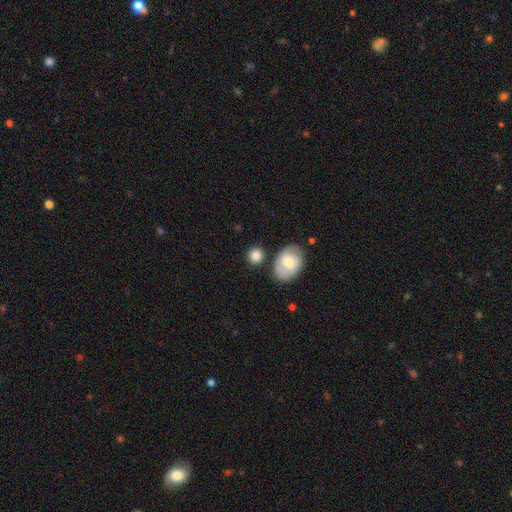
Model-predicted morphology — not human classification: Smooth or featured?
  - smooth: 83% *
  - featured or disk: 10%
  - star or artifact: 7%
How rounded?
  - round: 73% *
  - in between: 26%
  - cigar-shaped: 1%
Merging?
  - none: 74% *
  - minor disturbance: 12%
  - merger: 11%
  - major disturbance: 3%